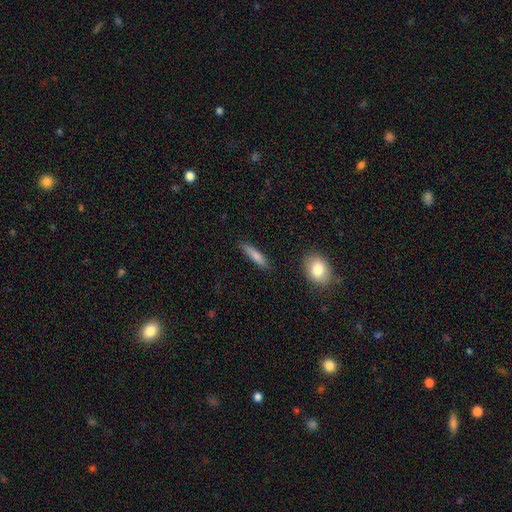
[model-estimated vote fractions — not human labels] Smooth or featured: smooth — 78% (featured or disk — 15%)
How rounded: cigar-shaped — 82% (in between — 16%)
Merging: none — 85% (minor disturbance — 11%)